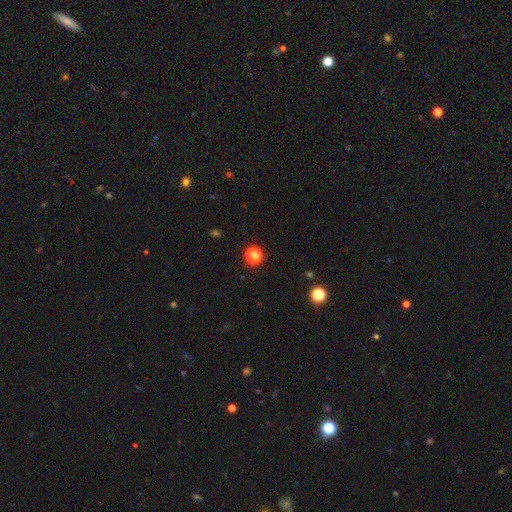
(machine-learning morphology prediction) Q: Smooth or featured?
A: smooth (65%); runner-up: star or artifact (31%)
Q: How rounded?
A: round (89%); runner-up: in between (10%)
Q: Merging?
A: none (87%); runner-up: minor disturbance (7%)